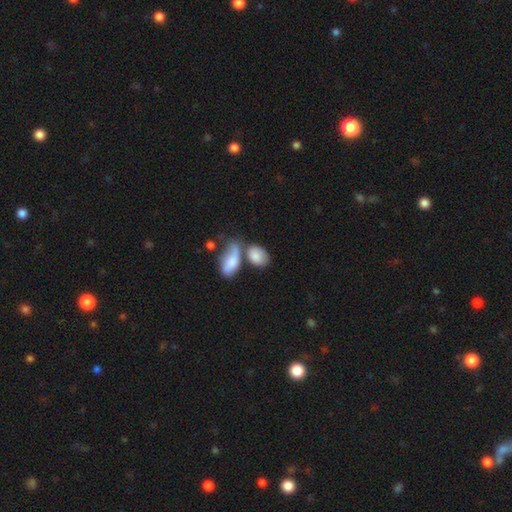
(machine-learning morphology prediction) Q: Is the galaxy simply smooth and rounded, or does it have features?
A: smooth — 81%.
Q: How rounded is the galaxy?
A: in between — 86%.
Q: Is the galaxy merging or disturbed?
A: none — 38%.